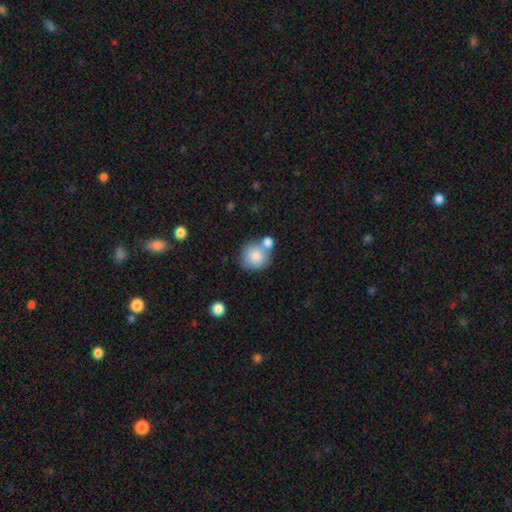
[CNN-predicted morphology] Q: Smooth or featured?
A: smooth (83%); runner-up: featured or disk (9%)
Q: How rounded?
A: round (88%); runner-up: in between (11%)
Q: Merging?
A: none (53%); runner-up: merger (30%)